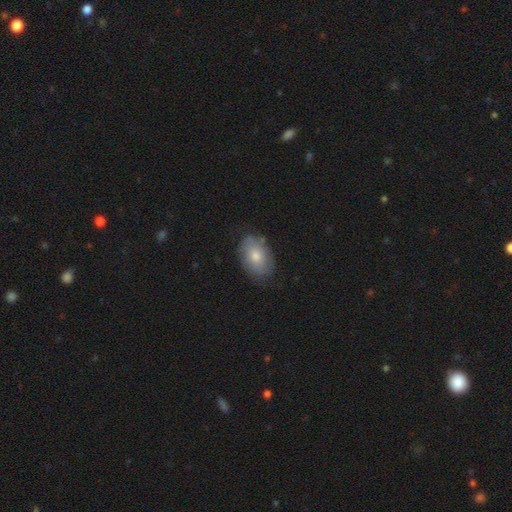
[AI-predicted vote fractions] The model was most divided on "smooth or featured": smooth: 72%, featured or disk: 21%, star or artifact: 7%. More confident: how rounded — in between (87%); merging — none (73%).